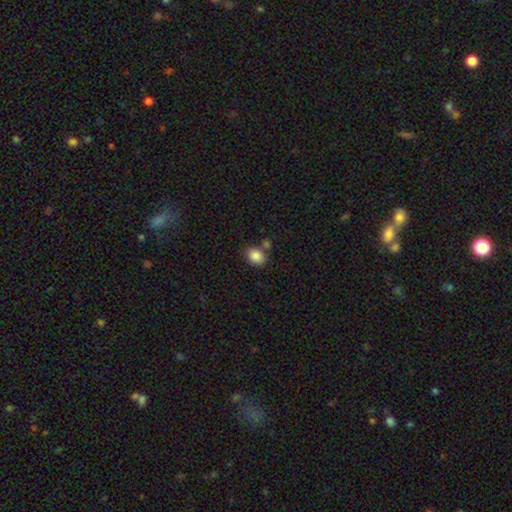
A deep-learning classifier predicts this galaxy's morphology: smooth-or-featured: smooth: 86% | star or artifact: 9% | featured or disk: 5%
  how-rounded: in between: 62% | round: 37% | cigar-shaped: 1%
  merging: none: 69% | merger: 14% | minor disturbance: 13% | major disturbance: 4%